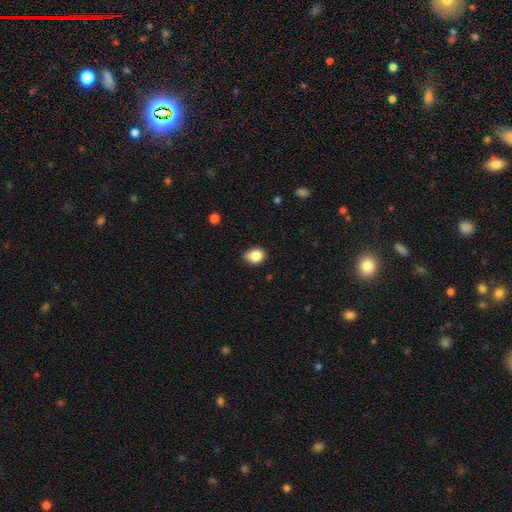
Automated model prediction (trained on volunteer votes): Smooth or featured: smooth — 85% (star or artifact — 9%)
How rounded: in between — 53% (round — 46%)
Merging: none — 70% (minor disturbance — 25%)